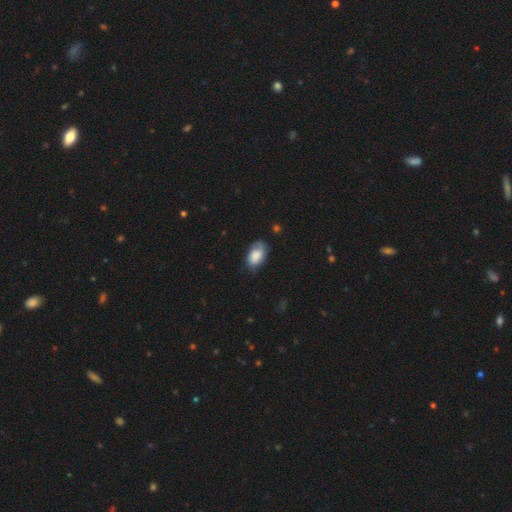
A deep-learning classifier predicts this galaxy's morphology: smooth_or_featured: smooth (p=0.77) [alt: featured or disk p=0.17]
how_rounded: in between (p=0.93) [alt: round p=0.05]
merging: none (p=0.62) [alt: minor disturbance p=0.29]